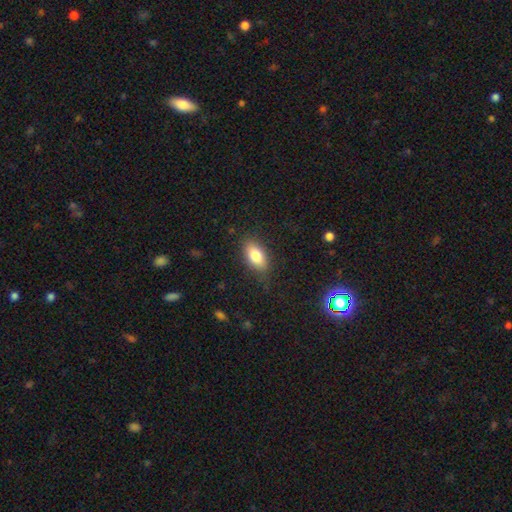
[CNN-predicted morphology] type=smooth (81%); roundness=in between (89%); merging=none (81%).